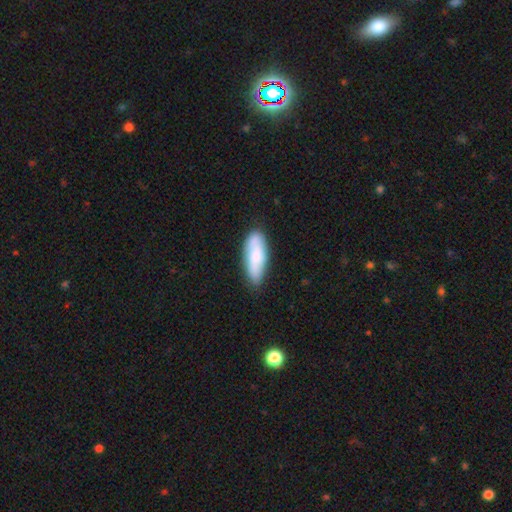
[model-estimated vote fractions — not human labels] Smooth or featured: smooth — 72% (featured or disk — 22%)
How rounded: in between — 66% (cigar-shaped — 32%)
Merging: none — 77% (minor disturbance — 18%)